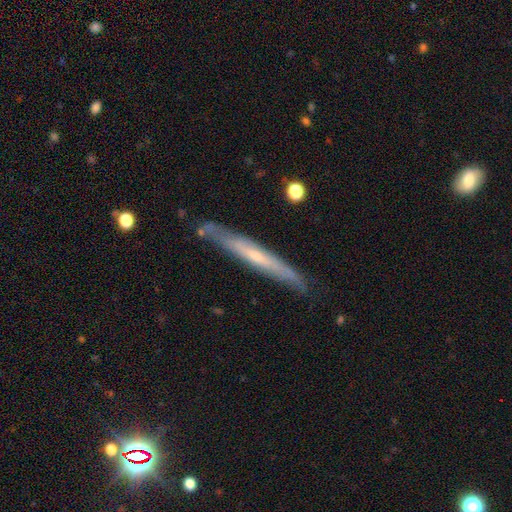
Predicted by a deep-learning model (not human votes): The model was most divided on "edge-on bulge": none: 57%, rounded: 37%, boxy: 5%. More confident: edge-on disk — yes (89%); merging — none (80%); smooth or featured — featured or disk (61%).